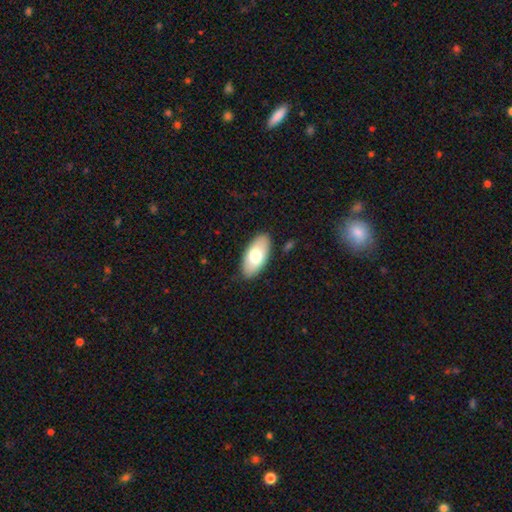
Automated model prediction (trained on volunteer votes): Overall: smooth (72%). How rounded: in between (93%). Merging: none (87%).